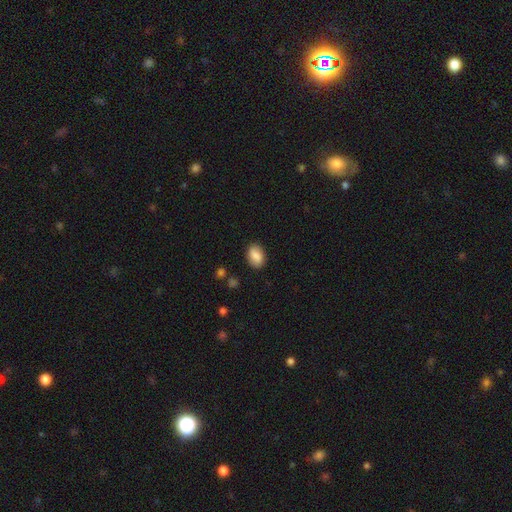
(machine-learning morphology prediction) This appears to be a smooth galaxy with no disk features (82%) that is in between round and cigar-shaped (83%). Merging: none (84%).